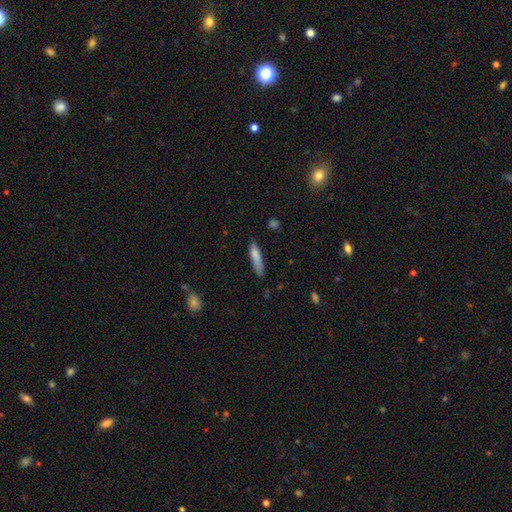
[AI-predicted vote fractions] Smooth or featured? Predicted: smooth (p=0.80). How rounded? Predicted: cigar-shaped (p=0.79). Merging? Predicted: none (p=0.66).